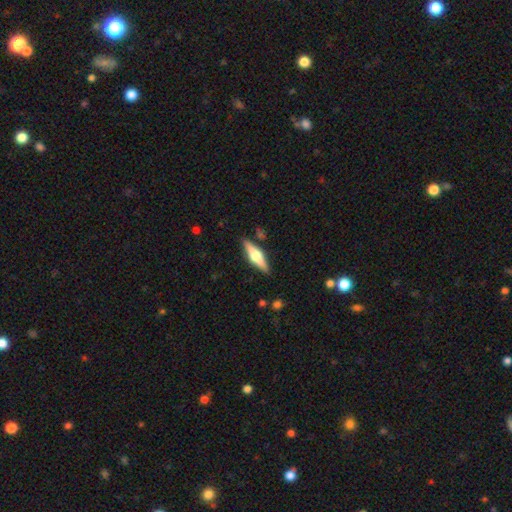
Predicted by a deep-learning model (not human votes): Morphology: type=featured or disk (63%); edge-on=yes (96%); edge-on bulge=rounded (93%); merging=none (87%).